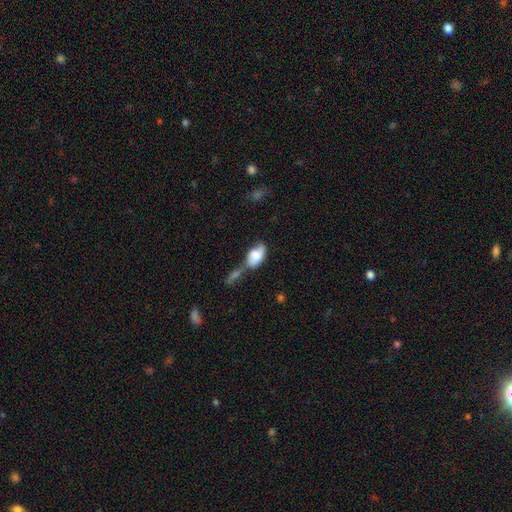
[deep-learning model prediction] smooth-or-featured: smooth: 69% | featured or disk: 23% | star or artifact: 8%
  how-rounded: in between: 91% | round: 6% | cigar-shaped: 3%
  merging: merger: 43% | none: 25% | minor disturbance: 18% | major disturbance: 14%